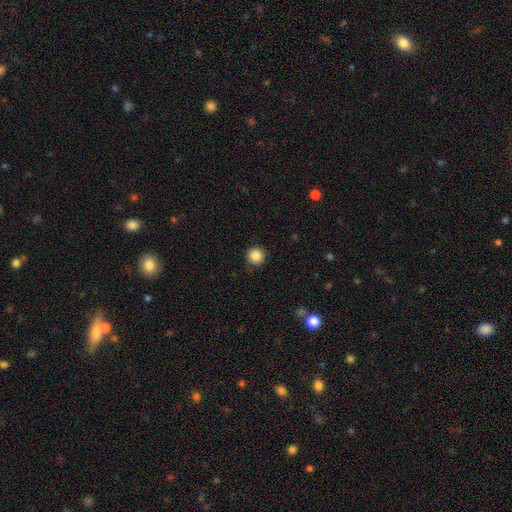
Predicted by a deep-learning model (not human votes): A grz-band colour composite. It shows a smooth galaxy with no disk features (86%) that is round (96%). Merging: none (90%).